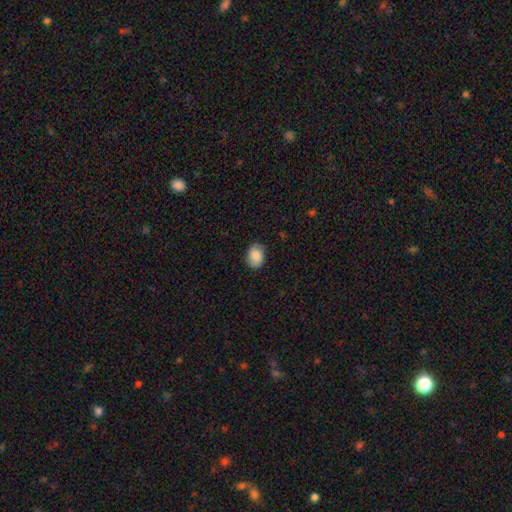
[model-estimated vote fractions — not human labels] Smooth or featured? smooth (84%)
How rounded? in between (79%)
Merging? none (83%)